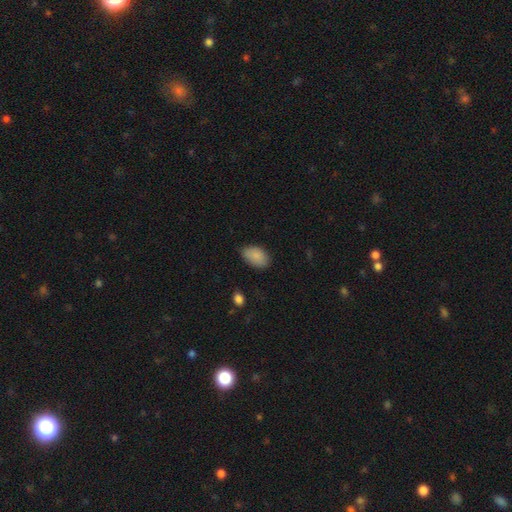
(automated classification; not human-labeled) Q: Smooth or featured?
A: smooth (89%); runner-up: star or artifact (7%)
Q: How rounded?
A: in between (91%); runner-up: round (8%)
Q: Merging?
A: none (79%); runner-up: minor disturbance (16%)